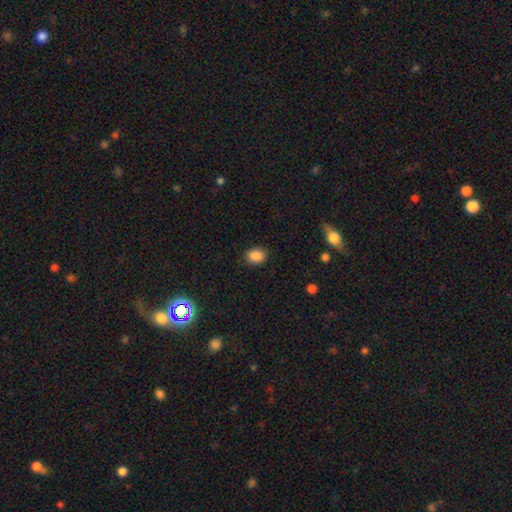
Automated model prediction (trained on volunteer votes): A smooth galaxy with no disk features (88%) that is in between round and cigar-shaped (63%). Merging: none (86%).